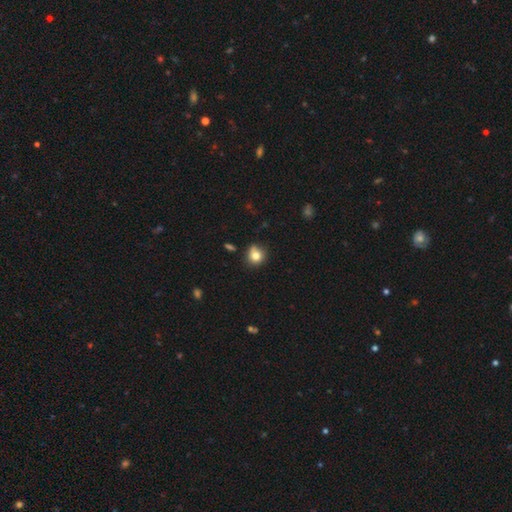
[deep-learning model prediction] A smooth galaxy with no disk features (79%) that is round (85%). Merging: none (69%).